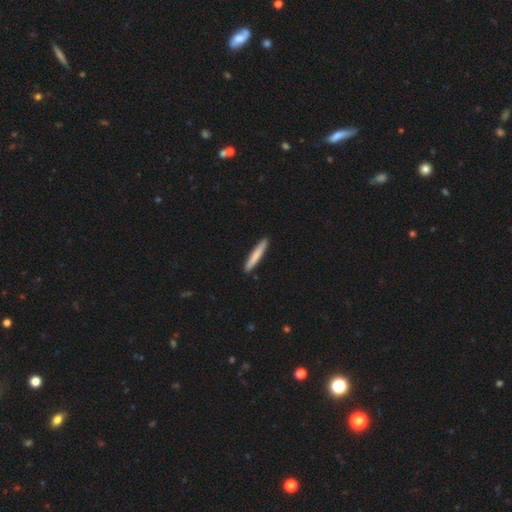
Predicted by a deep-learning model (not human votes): Smooth or featured: smooth — 78% (featured or disk — 17%)
How rounded: cigar-shaped — 94% (in between — 5%)
Merging: none — 91% (minor disturbance — 6%)